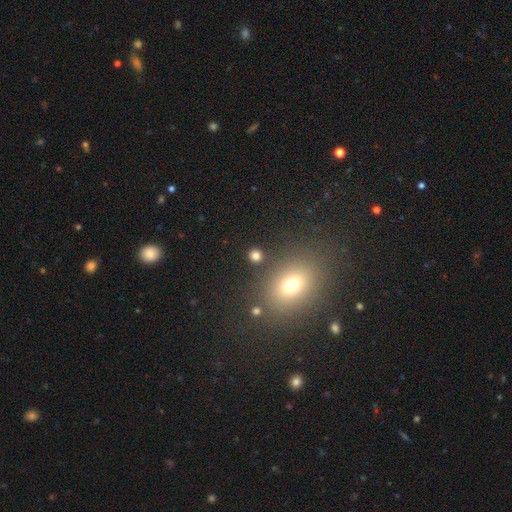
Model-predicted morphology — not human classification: This is likely a smooth galaxy (78%). How rounded: clearly round (84%). Merging: clearly none (85%).